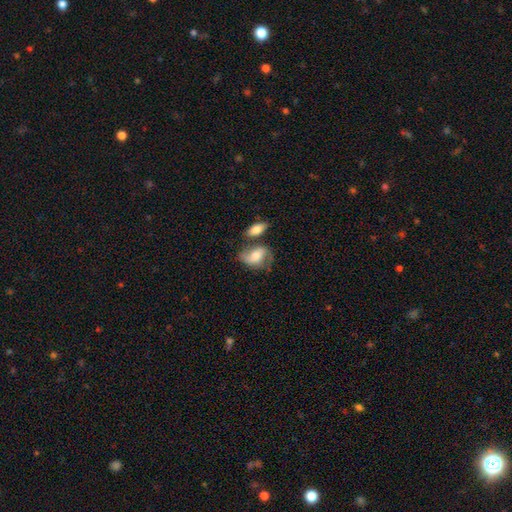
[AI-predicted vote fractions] A featured or disk galaxy (47%). Merging: none (44%).